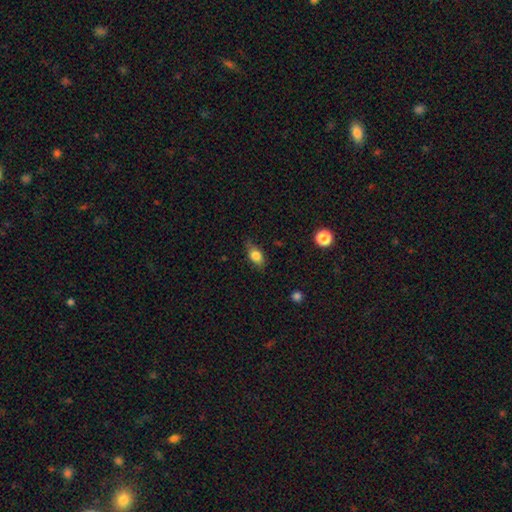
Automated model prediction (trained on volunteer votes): A smooth galaxy with no disk features (78%) that is in between round and cigar-shaped (80%). Merging: none (73%).